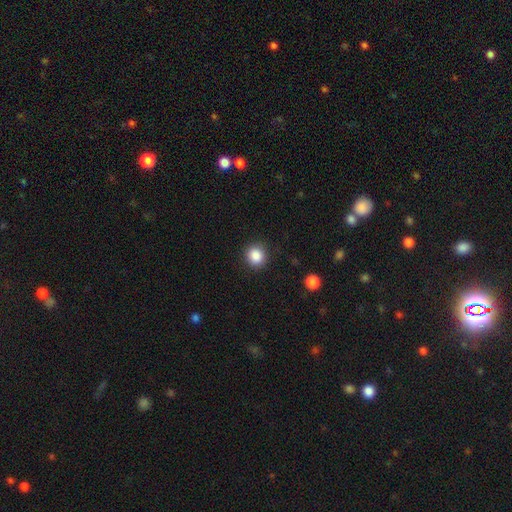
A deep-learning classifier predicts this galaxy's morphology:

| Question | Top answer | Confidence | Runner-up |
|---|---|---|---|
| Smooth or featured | smooth | 86% | star or artifact (10%) |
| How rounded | round | 88% | in between (11%) |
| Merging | none | 90% | minor disturbance (7%) |